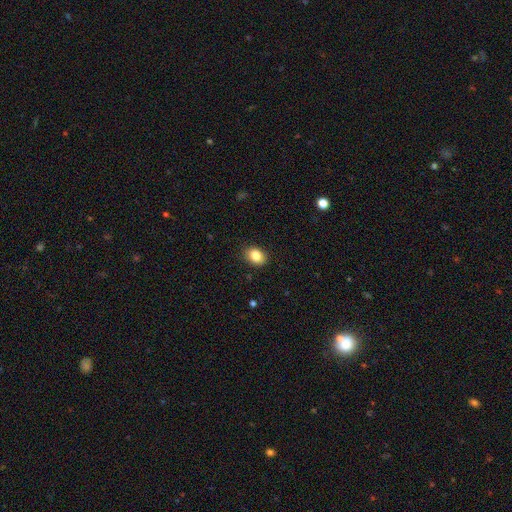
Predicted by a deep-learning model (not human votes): This appears to be a smooth galaxy with no disk features (85%) that is in between round and cigar-shaped (69%). Merging: none (88%).